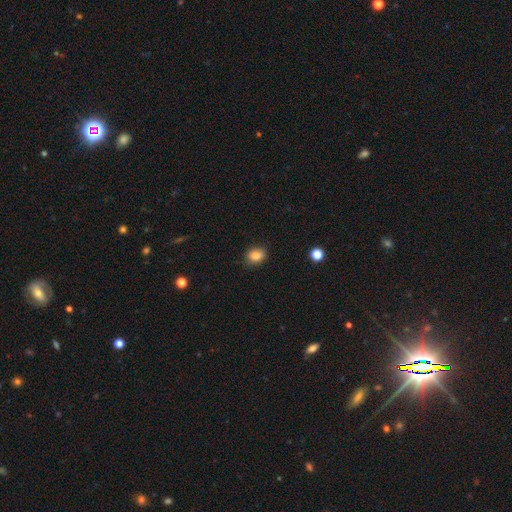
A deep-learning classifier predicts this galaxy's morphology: smooth-or-featured: smooth: 84% | star or artifact: 10% | featured or disk: 6%
  how-rounded: in between: 55% | round: 43% | cigar-shaped: 1%
  merging: none: 83% | minor disturbance: 13% | major disturbance: 3% | merger: 1%